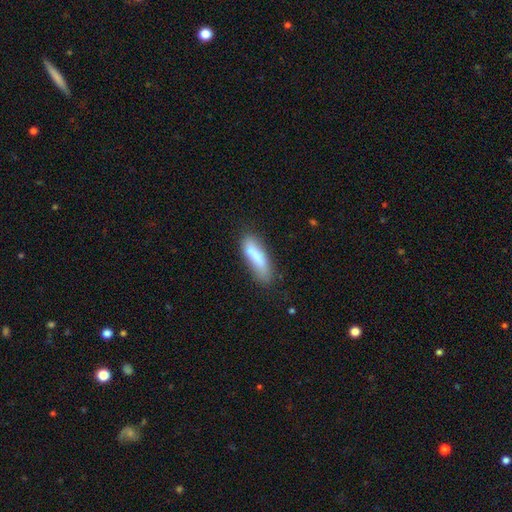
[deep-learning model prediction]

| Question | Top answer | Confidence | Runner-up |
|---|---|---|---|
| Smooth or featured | smooth | 75% | featured or disk (19%) |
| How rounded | cigar-shaped | 59% | in between (39%) |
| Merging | none | 60% | minor disturbance (23%) |